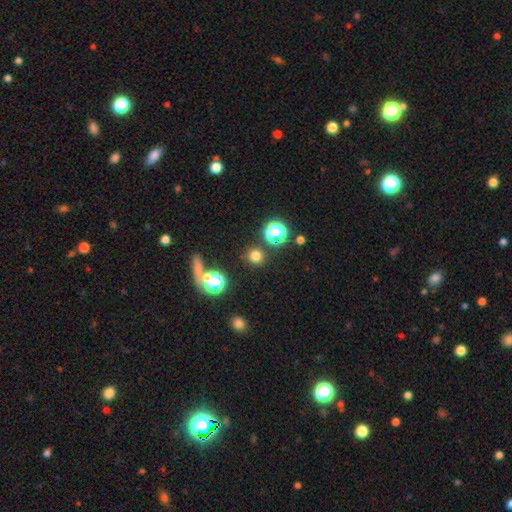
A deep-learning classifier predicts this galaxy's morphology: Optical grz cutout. It shows a smooth galaxy with no disk features (73%) that is round (91%). Merging: none (85%).